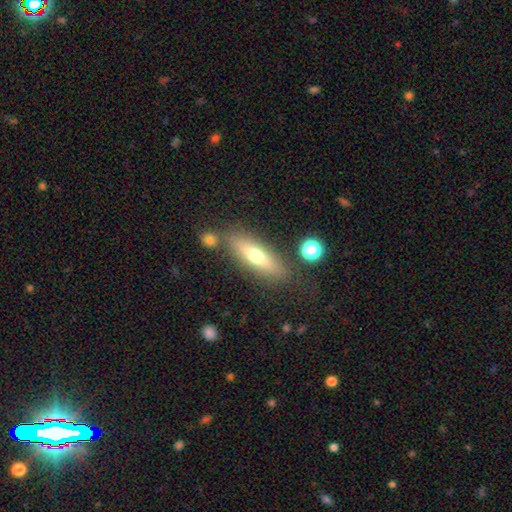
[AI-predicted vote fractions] Smooth or featured: smooth — 59% (featured or disk — 33%)
How rounded: cigar-shaped — 60% (in between — 37%)
Merging: none — 76% (minor disturbance — 13%)